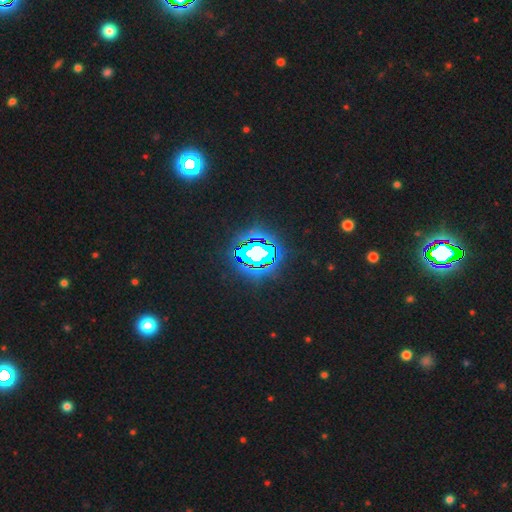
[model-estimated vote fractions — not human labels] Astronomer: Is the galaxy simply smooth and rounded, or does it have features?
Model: star or artifact — 71%.